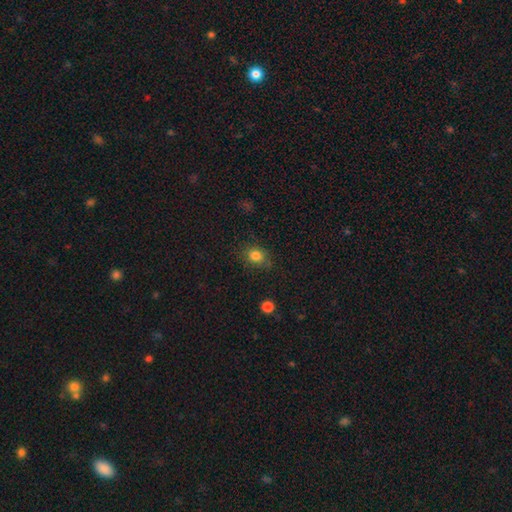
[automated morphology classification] smooth 82%, star or artifact 12%, featured or disk 6%. Down the decision tree: how rounded — round (64%); merging — none (80%).